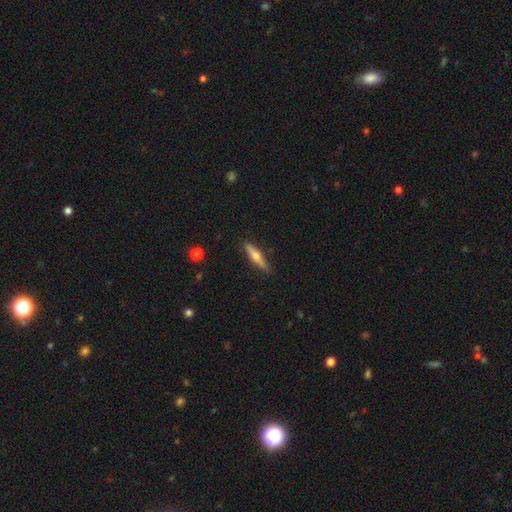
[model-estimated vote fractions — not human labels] smooth_or_featured: featured or disk (p=0.51) [alt: smooth p=0.42]
disk_edge_on: yes (p=0.94) [alt: no p=0.06]
merging: none (p=0.87) [alt: minor disturbance p=0.09]